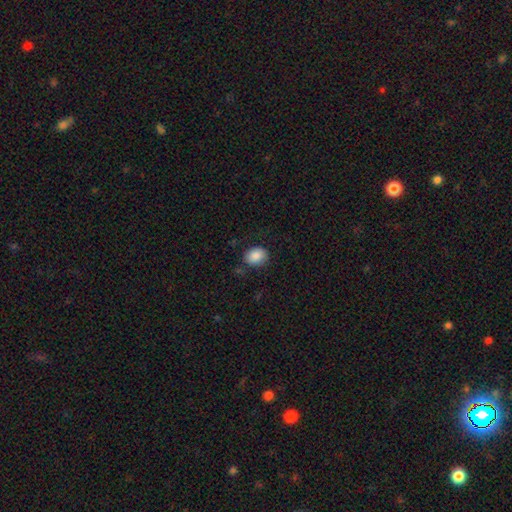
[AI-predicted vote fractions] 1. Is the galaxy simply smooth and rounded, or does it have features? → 87% smooth, 8% star or artifact, 5% featured or disk.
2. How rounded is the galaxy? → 61% in between, 38% round, 1% cigar-shaped.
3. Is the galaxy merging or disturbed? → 78% none, 16% minor disturbance, 4% major disturbance, 2% merger.